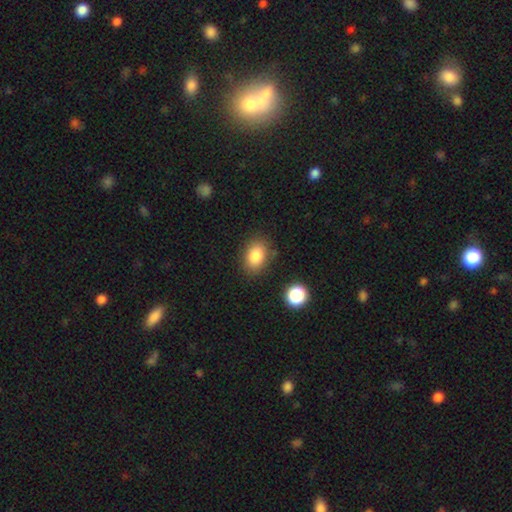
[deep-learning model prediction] A smooth galaxy with no disk features (84%) that is in between round and cigar-shaped (77%).

Vote fractions:
- Smooth or featured? smooth: 84% / star or artifact: 9% / featured or disk: 6%
- How rounded? in between: 77% / round: 21% / cigar-shaped: 1%
- Merging? none: 82% / minor disturbance: 11% / major disturbance: 3% / merger: 3%